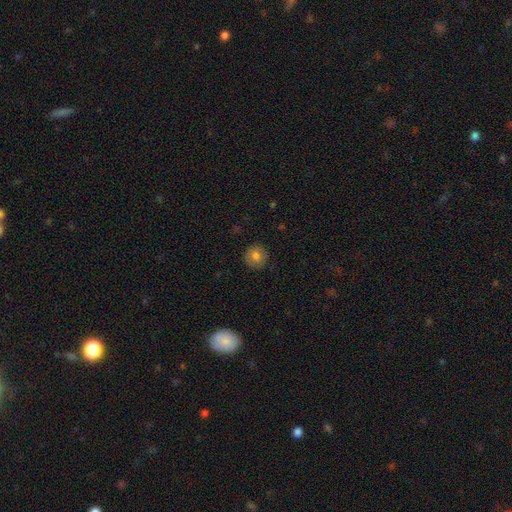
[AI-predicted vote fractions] This appears to be a smooth galaxy with no disk features (78%) that is round (93%). Merging: none (89%).